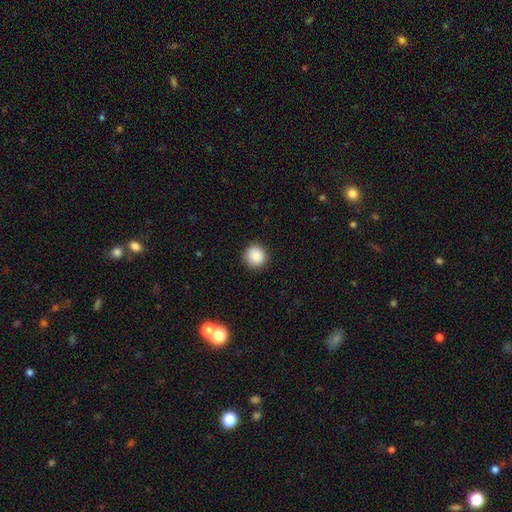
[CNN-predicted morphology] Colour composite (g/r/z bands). It shows a smooth galaxy with no disk features (88%) that is round (94%). Merging: none (92%).